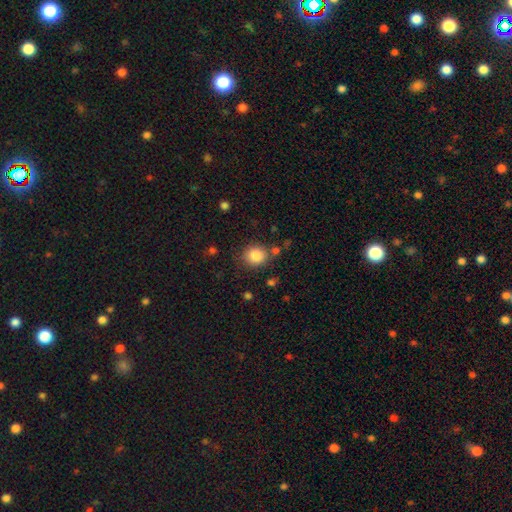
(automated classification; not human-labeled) This is clearly a smooth galaxy (83%). How rounded: clearly round (82%). Merging: likely none (79%).